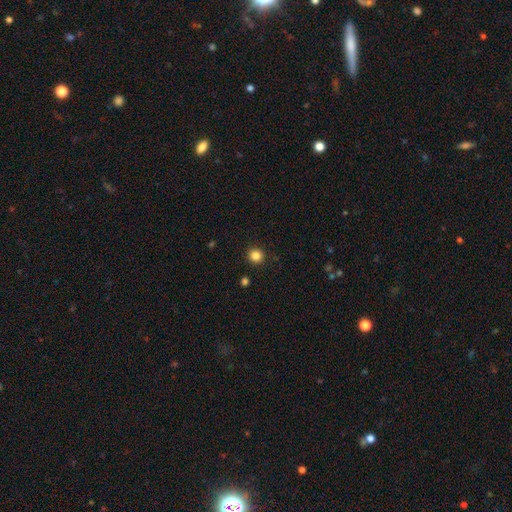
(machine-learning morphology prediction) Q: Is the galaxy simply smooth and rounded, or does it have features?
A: smooth — 85%.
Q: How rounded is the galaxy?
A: round — 94%.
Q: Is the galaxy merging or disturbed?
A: none — 92%.